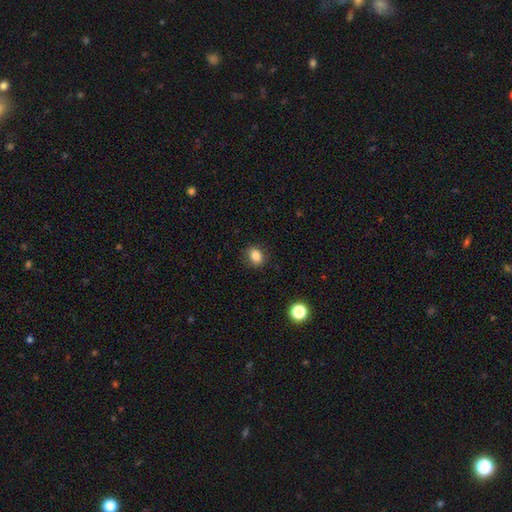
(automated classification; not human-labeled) This appears to be a smooth galaxy with no disk features (84%) that is in between round and cigar-shaped (55%). Merging: none (86%).